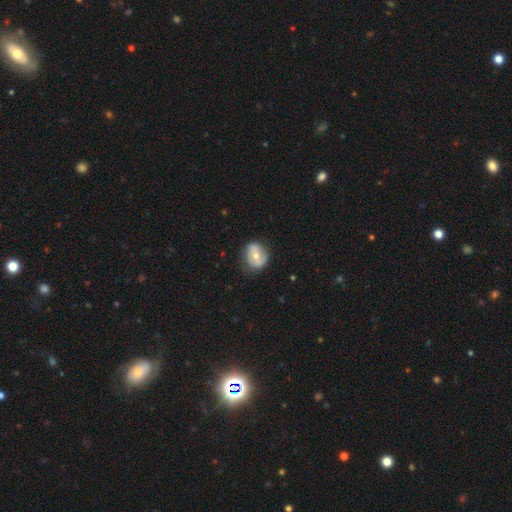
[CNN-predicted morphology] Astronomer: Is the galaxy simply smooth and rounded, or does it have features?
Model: featured or disk — 48% (runner-up: smooth, 45%).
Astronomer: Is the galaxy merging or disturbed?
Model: none — 70%.